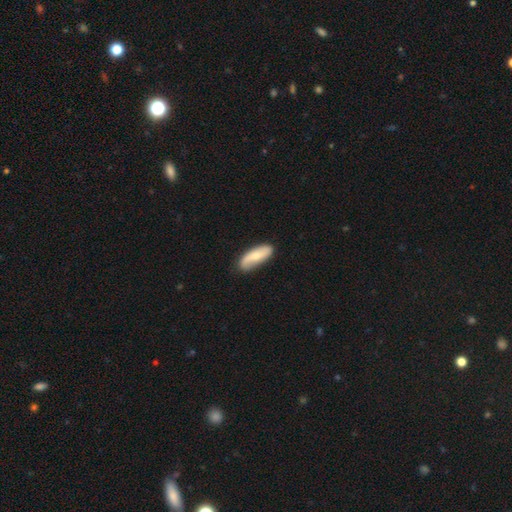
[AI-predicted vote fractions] smooth 54%, featured or disk 40%, star or artifact 6%. Down the decision tree: how rounded — in between (64%); merging — none (78%).